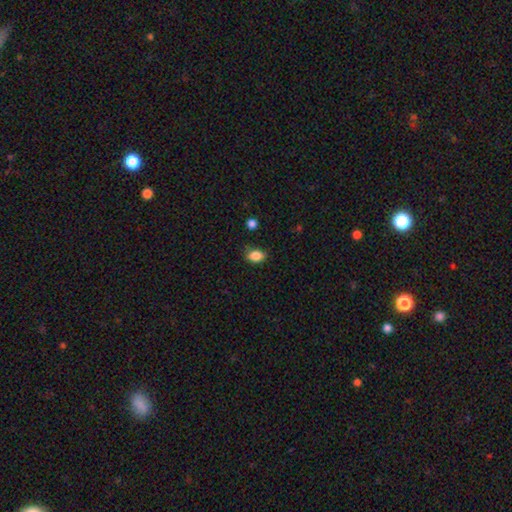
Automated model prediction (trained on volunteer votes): smooth_or_featured: smooth (p=0.87) [alt: star or artifact p=0.10]
how_rounded: in between (p=0.81) [alt: round p=0.17]
merging: none (p=0.76) [alt: minor disturbance p=0.18]